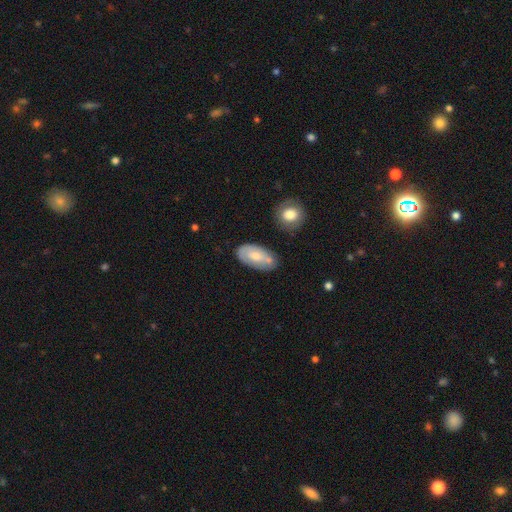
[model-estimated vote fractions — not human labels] A smooth galaxy with no disk features (56%) that is in between round and cigar-shaped (92%).

Vote fractions:
- Smooth or featured? smooth: 56% / featured or disk: 38% / star or artifact: 6%
- How rounded? in between: 92% / round: 4% / cigar-shaped: 4%
- Merging? none: 60% / minor disturbance: 23% / merger: 11% / major disturbance: 6%